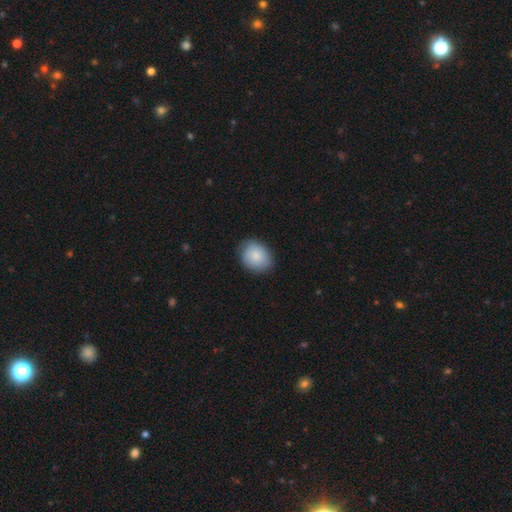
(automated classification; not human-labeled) Overall: smooth (85%). How rounded: round (50%; in between 49%). Merging: none (81%).